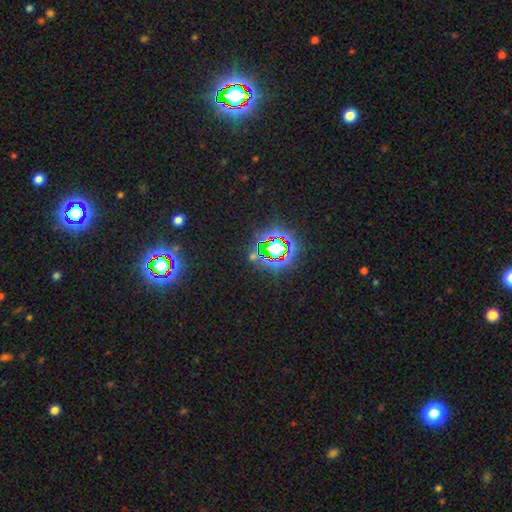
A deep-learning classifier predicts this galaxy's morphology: smooth-or-featured: star or artifact: 78% | smooth: 13% | featured or disk: 8%